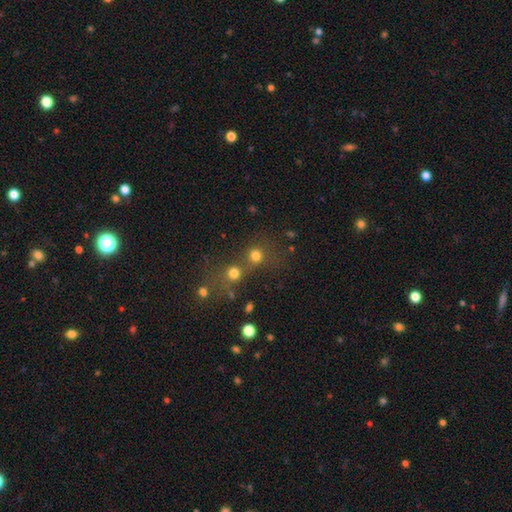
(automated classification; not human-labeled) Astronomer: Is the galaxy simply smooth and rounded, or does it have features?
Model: smooth — 74%.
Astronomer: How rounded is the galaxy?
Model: round — 87%.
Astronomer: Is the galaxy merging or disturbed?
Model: none — 49% (runner-up: merger, 38%).